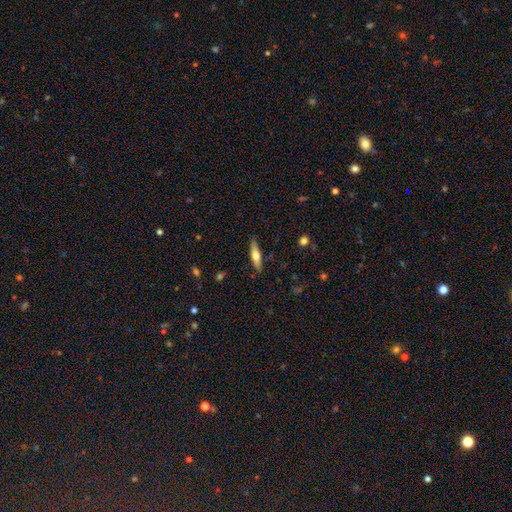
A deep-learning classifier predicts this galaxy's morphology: smooth_or_featured: smooth (p=0.50) [alt: featured or disk p=0.44]
how_rounded: cigar-shaped (p=0.71) [alt: in between p=0.27]
merging: none (p=0.87) [alt: minor disturbance p=0.10]